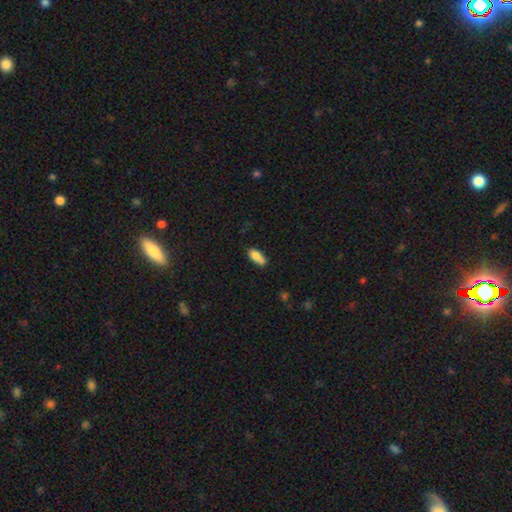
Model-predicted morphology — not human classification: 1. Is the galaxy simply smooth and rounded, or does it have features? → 77% smooth, 15% featured or disk, 8% star or artifact.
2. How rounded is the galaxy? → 84% in between, 11% cigar-shaped, 5% round.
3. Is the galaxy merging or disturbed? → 42% none, 28% merger, 22% minor disturbance, 7% major disturbance.